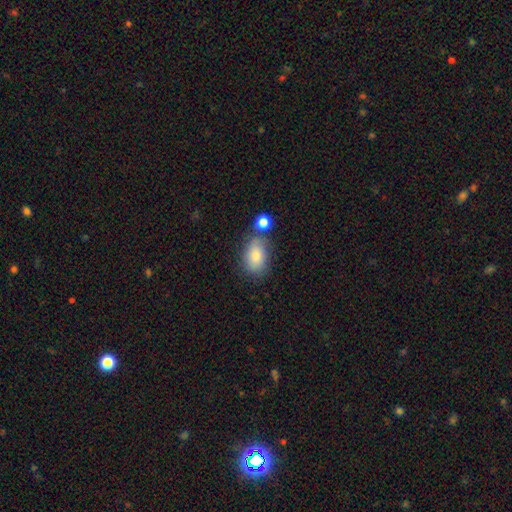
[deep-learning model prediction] This appears to be a smooth galaxy with no disk features (83%) that is in between round and cigar-shaped (86%). Merging: none (61%).